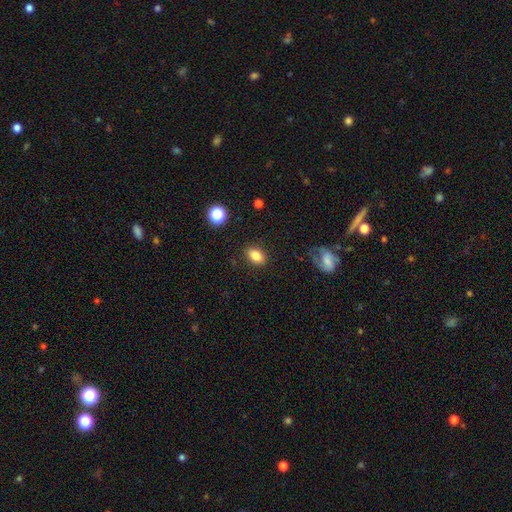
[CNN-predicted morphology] The model was most divided on "how rounded": in between: 83%, round: 15%, cigar-shaped: 2%. More confident: merging — none (86%); smooth or featured — smooth (83%).